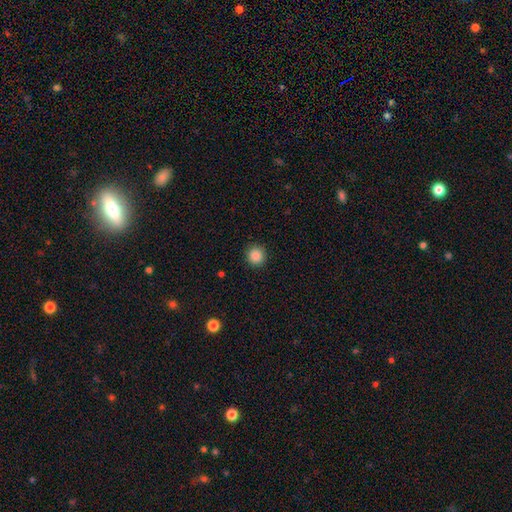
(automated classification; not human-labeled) A smooth galaxy with no disk features (87%) that is round (93%). Merging: none (91%).